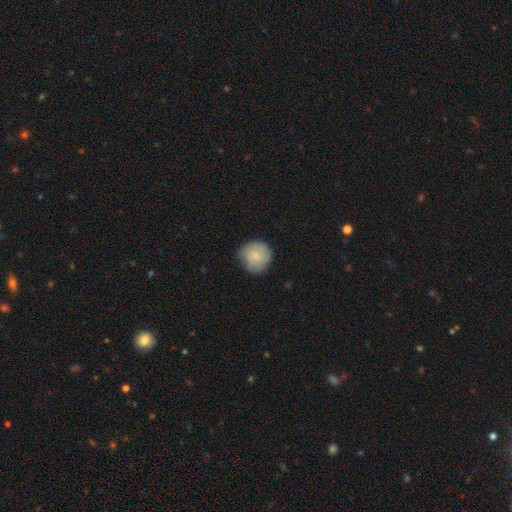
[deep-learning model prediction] smooth_or_featured: smooth (p=0.68) [alt: featured or disk p=0.24]
how_rounded: round (p=0.93) [alt: in between p=0.06]
merging: none (p=0.77) [alt: minor disturbance p=0.18]